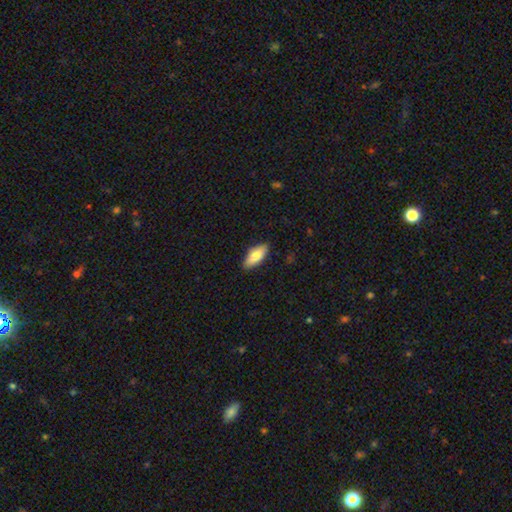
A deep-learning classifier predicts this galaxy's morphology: smooth-or-featured: smooth: 80% | featured or disk: 13% | star or artifact: 6%
  how-rounded: in between: 78% | cigar-shaped: 19% | round: 2%
  merging: none: 87% | minor disturbance: 11% | major disturbance: 2% | merger: 1%